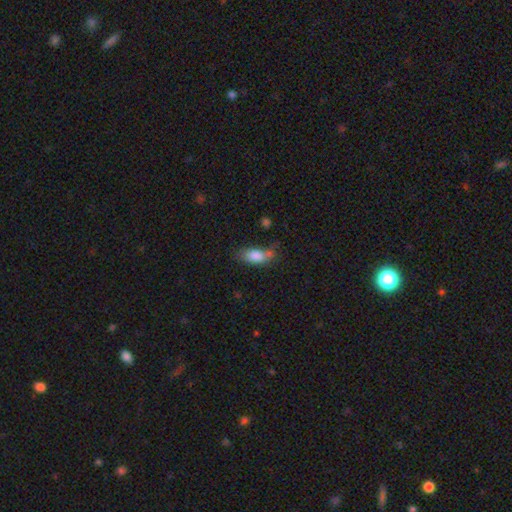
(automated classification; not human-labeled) This appears to be a smooth galaxy with no disk features (82%) that is in between round and cigar-shaped (84%). Merging: none (50%).